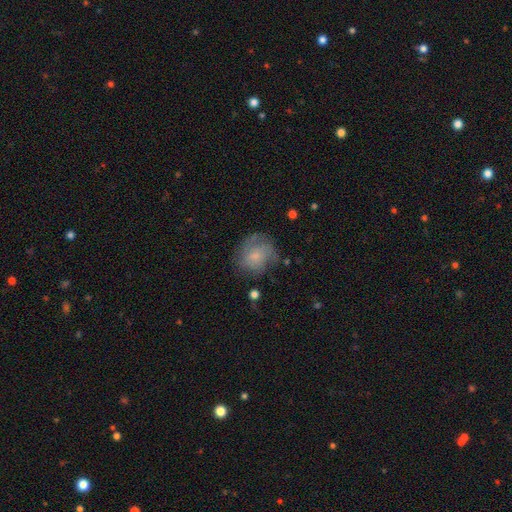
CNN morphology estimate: A smooth galaxy with no disk features (56%) that is round (74%). Merging: none (60%).